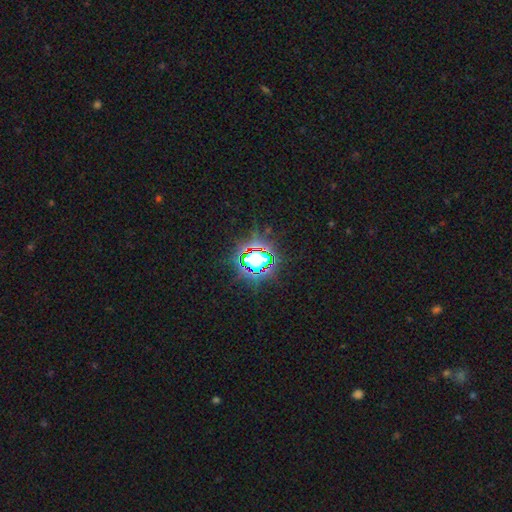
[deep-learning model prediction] Smooth or featured: star or artifact — 79% (smooth — 13%)